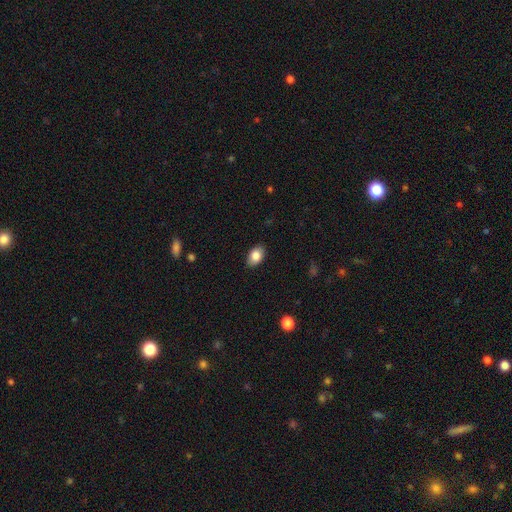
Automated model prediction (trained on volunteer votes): smooth-or-featured: smooth: 84% | featured or disk: 8% | star or artifact: 8%
  how-rounded: in between: 87% | round: 12% | cigar-shaped: 1%
  merging: none: 86% | minor disturbance: 11% | major disturbance: 2% | merger: 1%